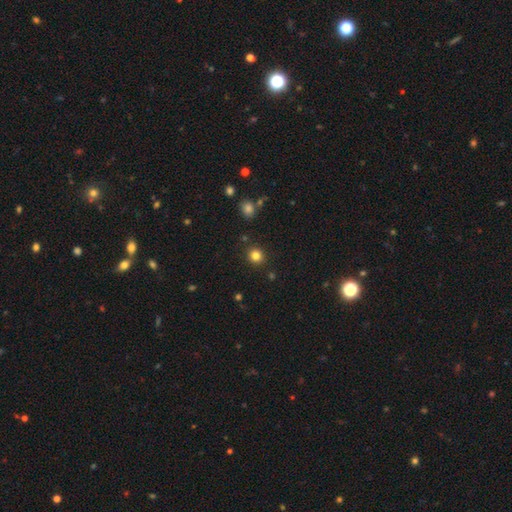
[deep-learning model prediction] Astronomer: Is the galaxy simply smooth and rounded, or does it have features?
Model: smooth — 81%.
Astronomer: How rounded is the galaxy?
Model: round — 87%.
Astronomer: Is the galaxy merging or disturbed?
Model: none — 89%.